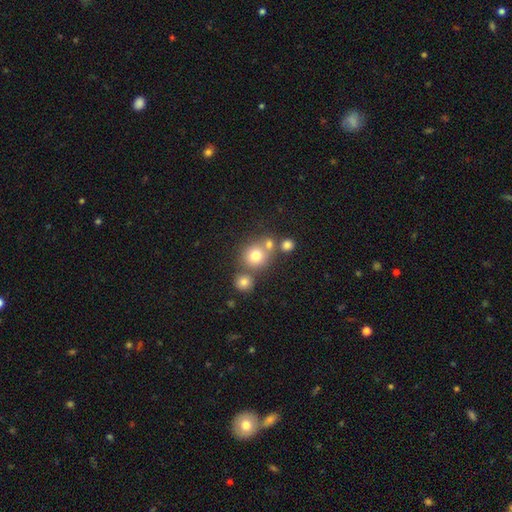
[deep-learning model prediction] Smooth or featured?
  - smooth: 74% *
  - star or artifact: 15%
  - featured or disk: 11%
How rounded?
  - round: 86% *
  - in between: 13%
  - cigar-shaped: 1%
Merging?
  - none: 60% *
  - merger: 27%
  - minor disturbance: 9%
  - major disturbance: 4%